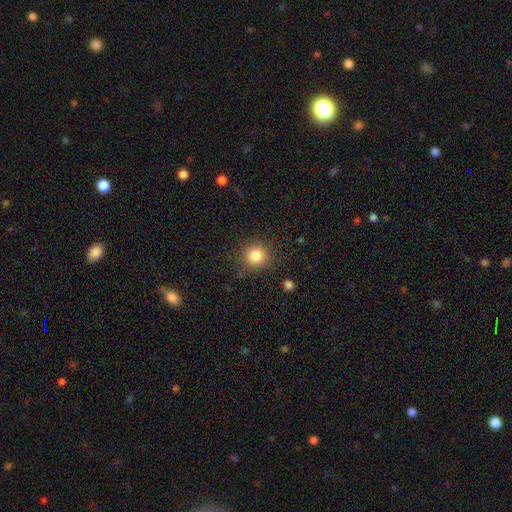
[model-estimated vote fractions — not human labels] Smooth or featured?
  - smooth: 83% *
  - star or artifact: 11%
  - featured or disk: 6%
How rounded?
  - round: 91% *
  - in between: 8%
  - cigar-shaped: 1%
Merging?
  - none: 87% *
  - minor disturbance: 9%
  - major disturbance: 3%
  - merger: 2%